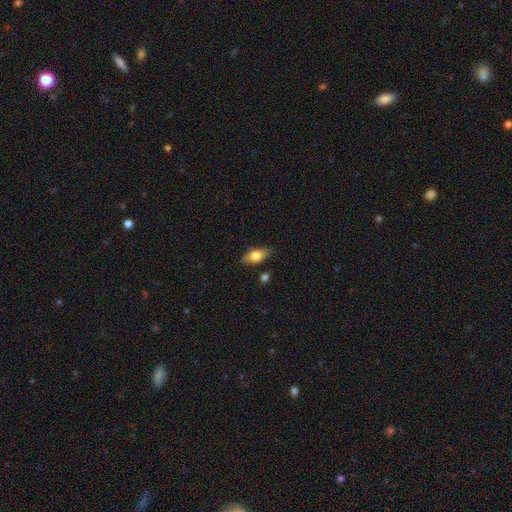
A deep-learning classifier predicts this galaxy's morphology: The model was most divided on "smooth or featured": smooth: 74%, featured or disk: 20%, star or artifact: 7%. More confident: how rounded — in between (85%); merging — none (82%).